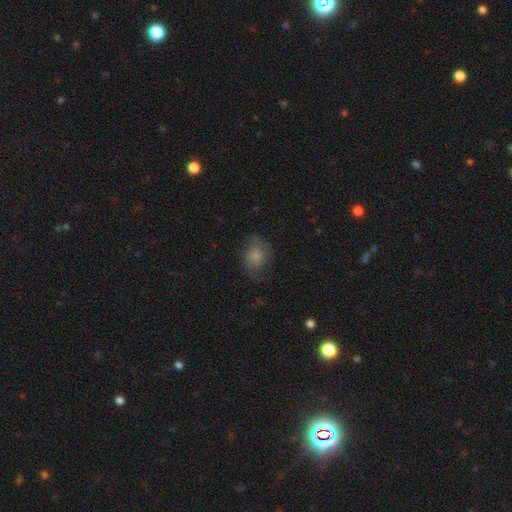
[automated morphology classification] Smooth or featured? smooth (50%)
How rounded? round (57%)
Merging? none (61%)